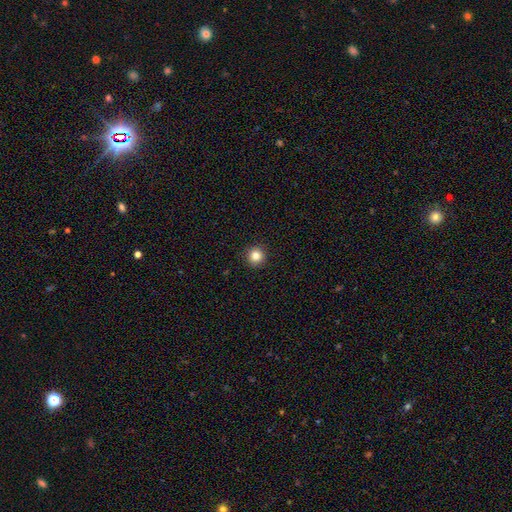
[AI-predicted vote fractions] Q: Smooth or featured?
A: smooth (84%); runner-up: star or artifact (11%)
Q: How rounded?
A: round (96%); runner-up: in between (3%)
Q: Merging?
A: none (93%); runner-up: minor disturbance (4%)